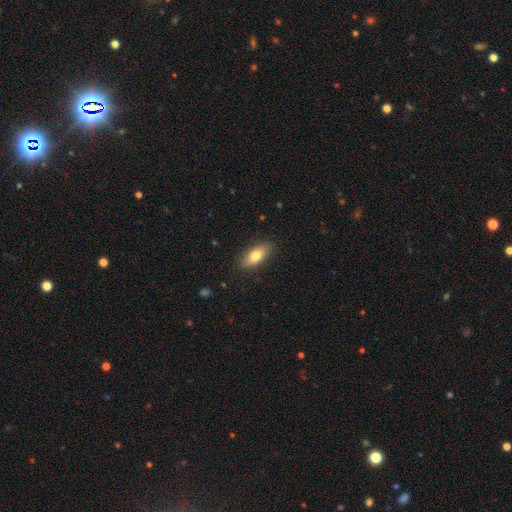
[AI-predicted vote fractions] Smooth or featured?
  - smooth: 77% *
  - featured or disk: 17%
  - star or artifact: 6%
How rounded?
  - in between: 81% *
  - cigar-shaped: 15%
  - round: 3%
Merging?
  - none: 86% *
  - minor disturbance: 10%
  - major disturbance: 2%
  - merger: 1%